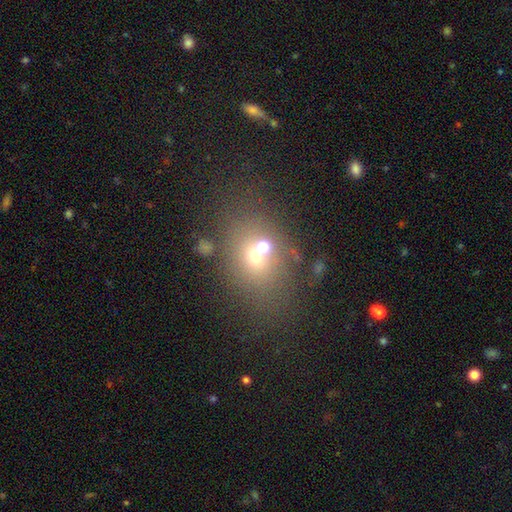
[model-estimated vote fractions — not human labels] smooth-or-featured: smooth: 56% | featured or disk: 24% | star or artifact: 20%
  how-rounded: round: 51% | in between: 47% | cigar-shaped: 1%
  merging: none: 42% | merger: 39% | minor disturbance: 11% | major disturbance: 7%